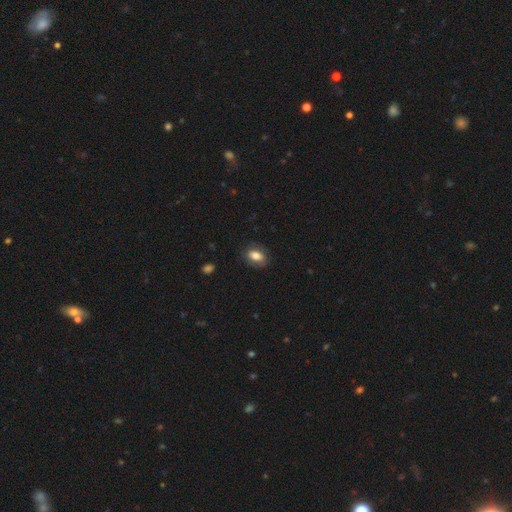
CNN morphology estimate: smooth_or_featured: smooth (p=0.76) [alt: featured or disk p=0.16]
how_rounded: in between (p=0.84) [alt: round p=0.14]
merging: none (p=0.81) [alt: minor disturbance p=0.13]